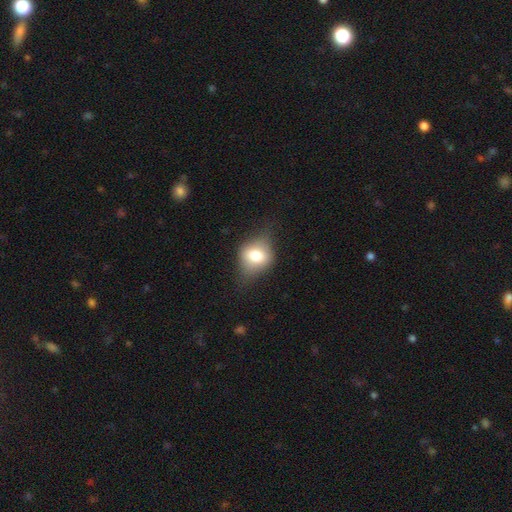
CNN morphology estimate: Smooth or featured? smooth (63%)
How rounded? in between (51%)
Merging? none (59%)